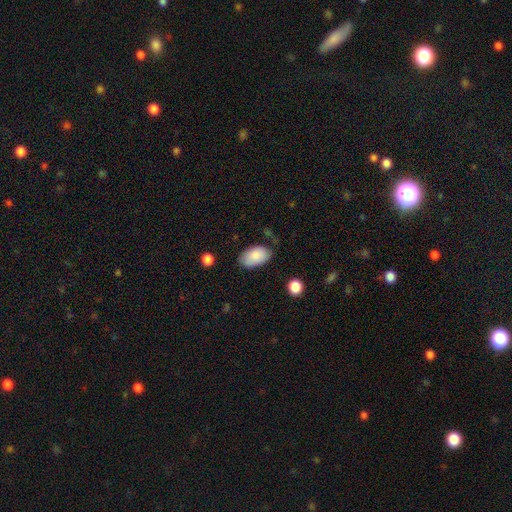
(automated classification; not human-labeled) A smooth galaxy with no disk features (86%) that is in between round and cigar-shaped (94%).

Vote fractions:
- Smooth or featured? smooth: 86% / featured or disk: 8% / star or artifact: 6%
- How rounded? in between: 94% / round: 5% / cigar-shaped: 1%
- Merging? none: 71% / minor disturbance: 21% / major disturbance: 5% / merger: 3%